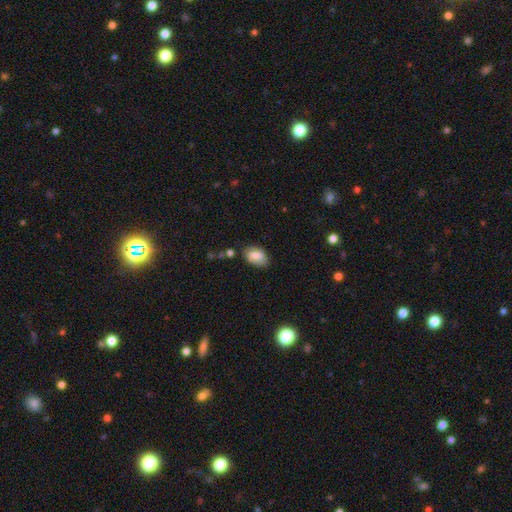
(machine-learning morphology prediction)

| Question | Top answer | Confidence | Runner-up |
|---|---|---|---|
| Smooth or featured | smooth | 78% | featured or disk (13%) |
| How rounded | in between | 87% | round (11%) |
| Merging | none | 68% | minor disturbance (24%) |